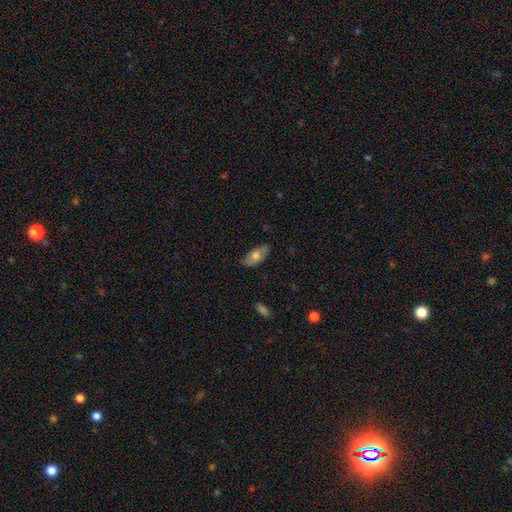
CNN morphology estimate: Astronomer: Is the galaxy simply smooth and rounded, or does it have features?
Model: smooth — 67%.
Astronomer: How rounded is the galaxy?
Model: in between — 88%.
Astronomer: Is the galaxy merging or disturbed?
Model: none — 80%.